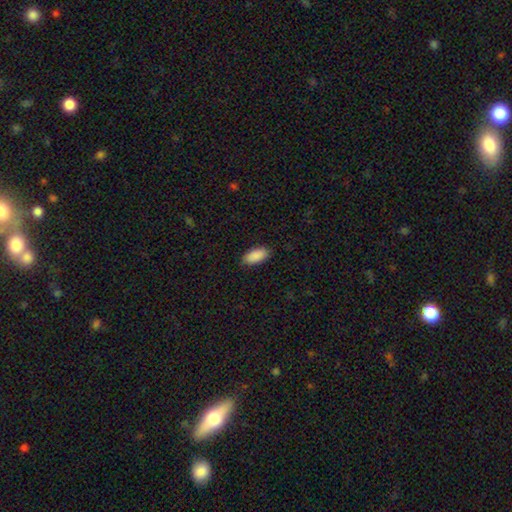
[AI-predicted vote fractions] This appears to be a smooth galaxy with no disk features (90%) that is in between round and cigar-shaped (92%). Merging: none (86%).